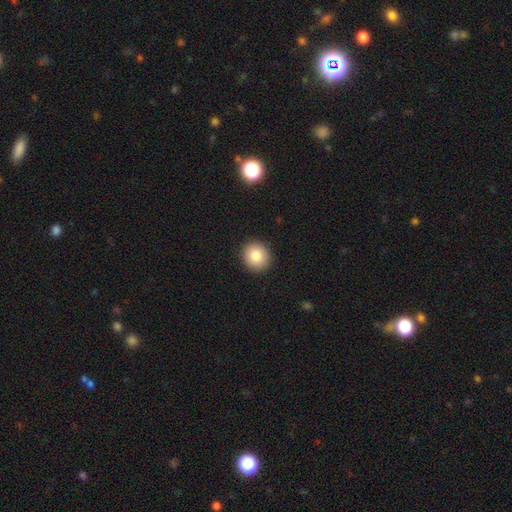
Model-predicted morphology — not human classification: Smooth or featured: smooth — 85% (star or artifact — 9%)
How rounded: round — 85% (in between — 14%)
Merging: none — 92% (minor disturbance — 6%)